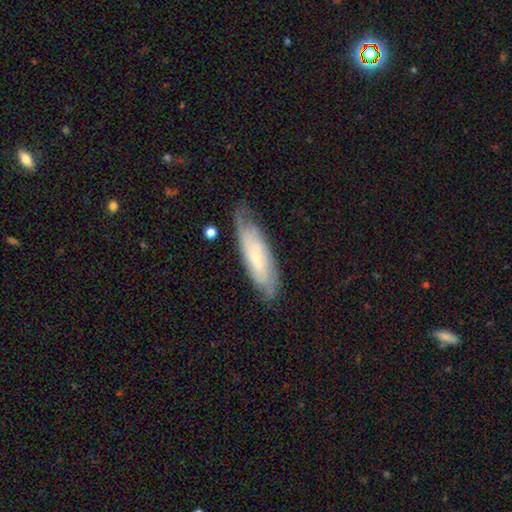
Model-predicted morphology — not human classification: smooth-or-featured: featured or disk: 61% | smooth: 33% | star or artifact: 7%
  disk-edge-on: no: 76% | yes: 24%
  merging: none: 71% | minor disturbance: 21% | major disturbance: 6% | merger: 2%